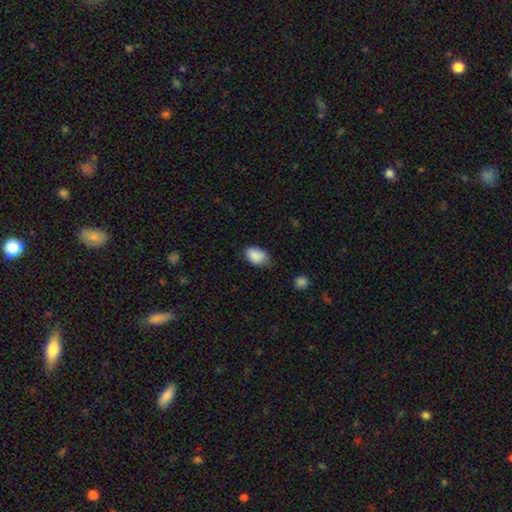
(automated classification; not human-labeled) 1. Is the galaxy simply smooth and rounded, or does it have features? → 87% smooth, 8% star or artifact, 5% featured or disk.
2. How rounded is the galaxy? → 83% in between, 15% round, 1% cigar-shaped.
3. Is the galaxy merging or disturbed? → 58% none, 33% minor disturbance, 6% major disturbance, 2% merger.